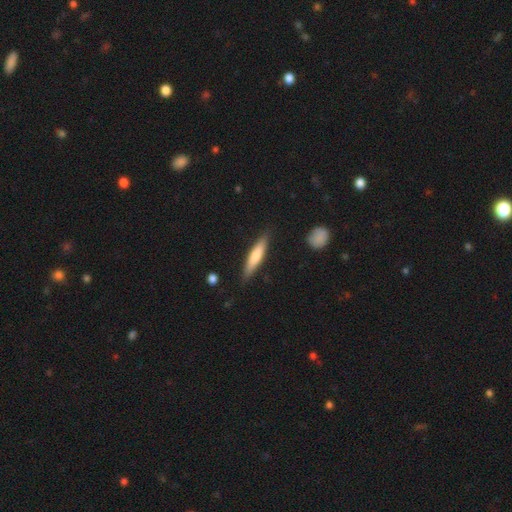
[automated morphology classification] Smooth or featured?
  - smooth: 65% *
  - featured or disk: 29%
  - star or artifact: 5%
How rounded?
  - cigar-shaped: 85% *
  - in between: 14%
  - round: 1%
Merging?
  - none: 84% *
  - minor disturbance: 12%
  - major disturbance: 2%
  - merger: 2%